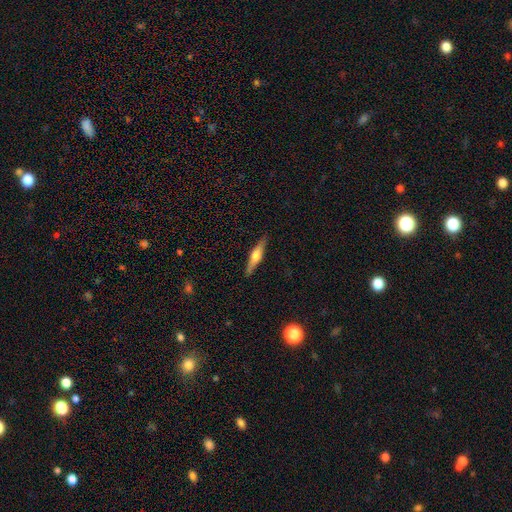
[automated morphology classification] This is likely a featured or disk galaxy (60%). It is clearly viewed edge-on (96%). Edge-on bulge: clearly rounded (88%). Merging: clearly none (89%).